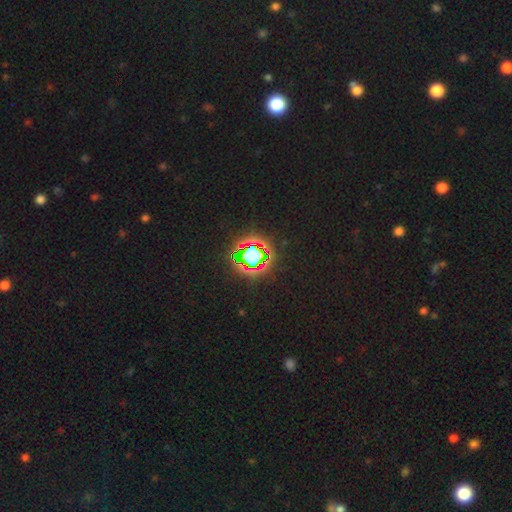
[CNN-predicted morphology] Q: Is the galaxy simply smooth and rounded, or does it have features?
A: star or artifact — 74%.